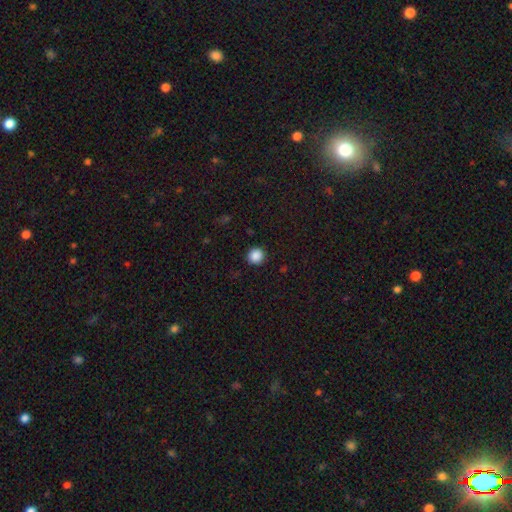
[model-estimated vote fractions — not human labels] Q: Smooth or featured?
A: smooth (88%); runner-up: star or artifact (10%)
Q: How rounded?
A: round (93%); runner-up: in between (6%)
Q: Merging?
A: none (92%); runner-up: minor disturbance (5%)